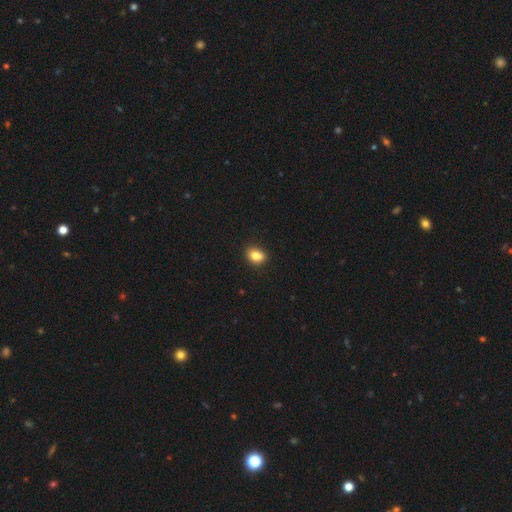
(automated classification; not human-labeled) Smooth or featured? Predicted: smooth (p=0.81). How rounded? Predicted: in between (p=0.62). Merging? Predicted: none (p=0.67).